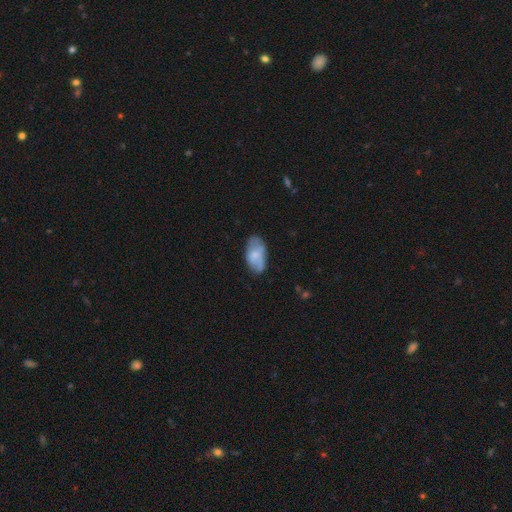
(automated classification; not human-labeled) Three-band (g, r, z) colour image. It shows a smooth galaxy with no disk features (59%) that is in between round and cigar-shaped (94%). Merging: none (55%).